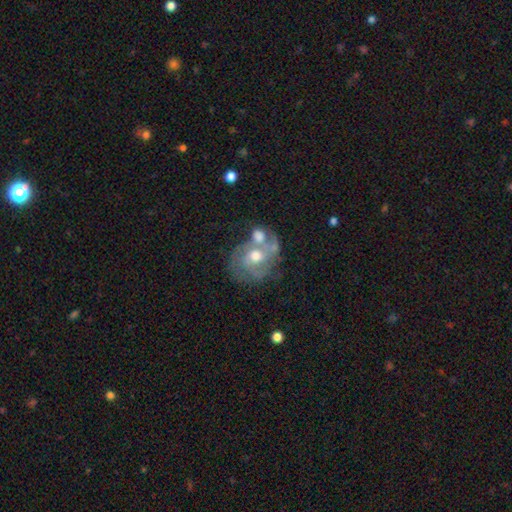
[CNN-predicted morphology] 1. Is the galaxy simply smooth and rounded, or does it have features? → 72% featured or disk, 18% smooth, 9% star or artifact.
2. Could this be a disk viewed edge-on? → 97% no, 3% yes.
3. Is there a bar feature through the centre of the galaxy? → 66% no, 28% weak, 7% strong.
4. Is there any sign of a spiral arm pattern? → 76% yes, 24% no.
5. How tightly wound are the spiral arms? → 51% tight, 37% medium, 12% loose.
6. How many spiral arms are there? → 36% 2, 34% can't tell, 17% 3, 6% 1, 4% 4, 3% more than 4.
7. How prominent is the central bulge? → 74% moderate, 18% small, 5% large, 2% none, 1% dominant.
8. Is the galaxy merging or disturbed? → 45% none, 30% merger, 16% minor disturbance, 9% major disturbance.